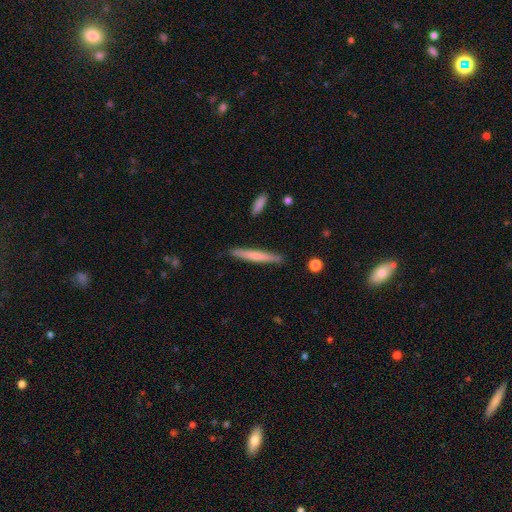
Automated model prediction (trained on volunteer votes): Overall: smooth (62%; featured or disk 32%). How rounded: cigar-shaped (96%). Merging: none (89%).